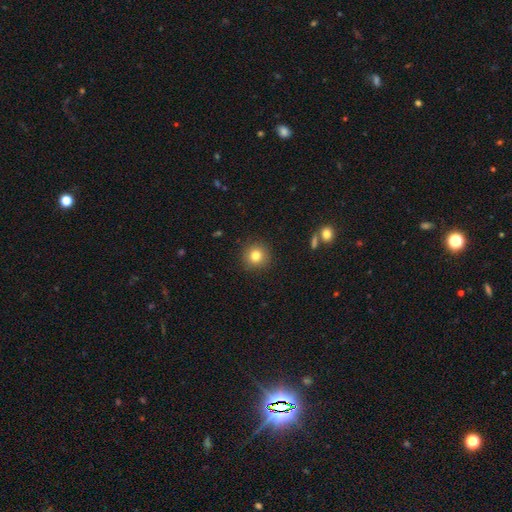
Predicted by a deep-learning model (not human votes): smooth 81%, star or artifact 11%, featured or disk 8%. Down the decision tree: how rounded — round (94%); merging — none (91%).